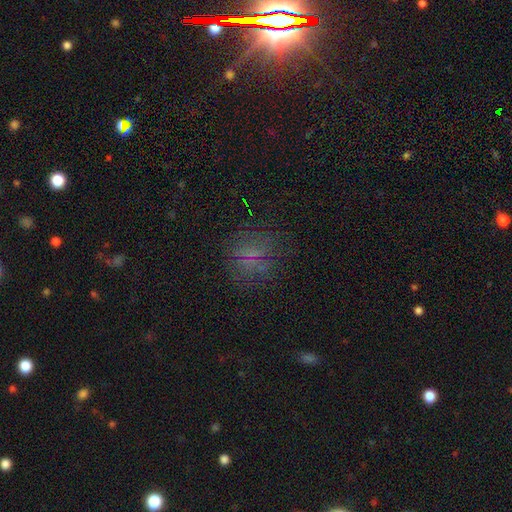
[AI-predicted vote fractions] The model was most divided on "smooth or featured": smooth: 41%, star or artifact: 40%, featured or disk: 19%. More confident: merging — none (72%).